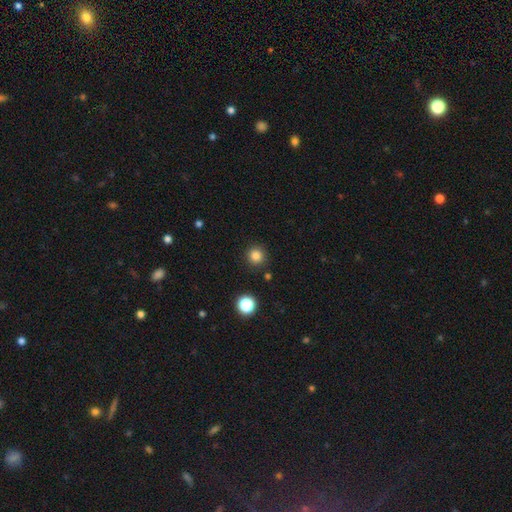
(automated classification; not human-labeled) Q: Smooth or featured?
A: smooth (83%); runner-up: star or artifact (13%)
Q: How rounded?
A: round (94%); runner-up: in between (5%)
Q: Merging?
A: none (89%); runner-up: minor disturbance (6%)